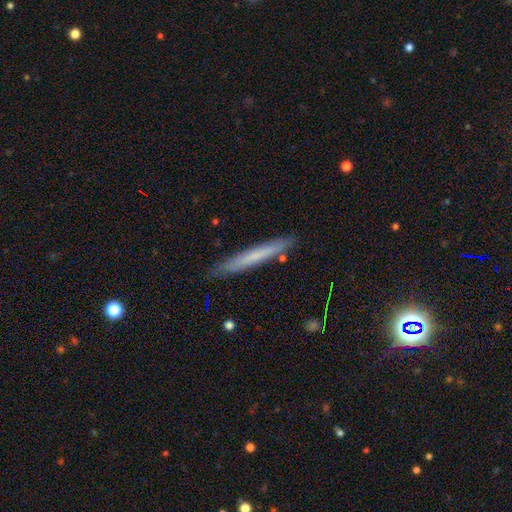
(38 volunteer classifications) smooth-or-featured: smooth: 66% | featured or disk: 29% | star or artifact: 5%
  how-rounded: cigar-shaped: 92% | in between: 8% | round: 0%
  merging: none: 94% | minor disturbance: 3% | merger: 3% | major disturbance: 0%